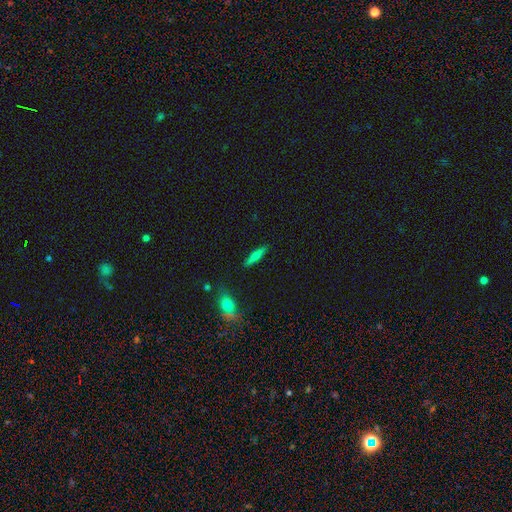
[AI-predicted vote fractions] Morphology: type=smooth (68%); roundness=cigar-shaped (79%); merging=none (87%).